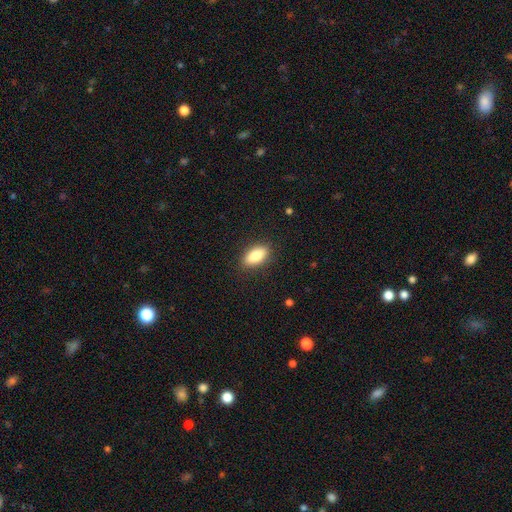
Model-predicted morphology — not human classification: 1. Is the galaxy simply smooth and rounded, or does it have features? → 84% smooth, 9% featured or disk, 7% star or artifact.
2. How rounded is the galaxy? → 86% in between, 10% cigar-shaped, 3% round.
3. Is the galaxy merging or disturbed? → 88% none, 9% minor disturbance, 2% major disturbance, 1% merger.